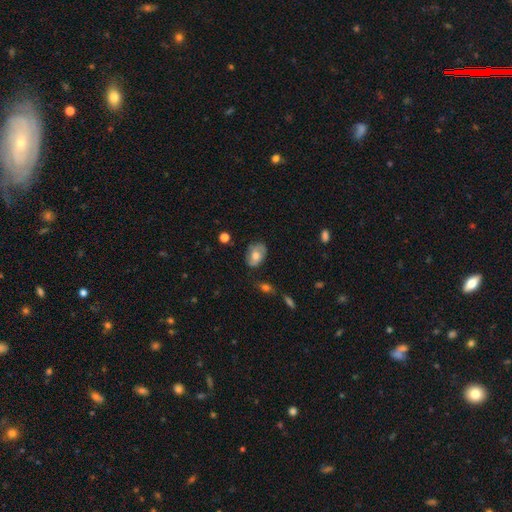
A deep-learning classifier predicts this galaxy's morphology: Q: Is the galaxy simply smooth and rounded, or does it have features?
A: smooth — 61%.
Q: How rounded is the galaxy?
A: in between — 82%.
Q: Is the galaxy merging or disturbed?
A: none — 67%.